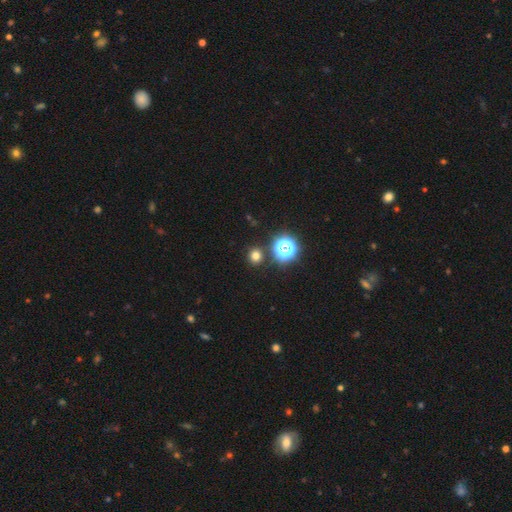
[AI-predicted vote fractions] A smooth galaxy with no disk features (70%) that is round (89%).

Vote fractions:
- Smooth or featured? smooth: 70% / star or artifact: 24% / featured or disk: 6%
- How rounded? round: 89% / in between: 10% / cigar-shaped: 1%
- Merging? none: 87% / minor disturbance: 6% / merger: 5% / major disturbance: 3%